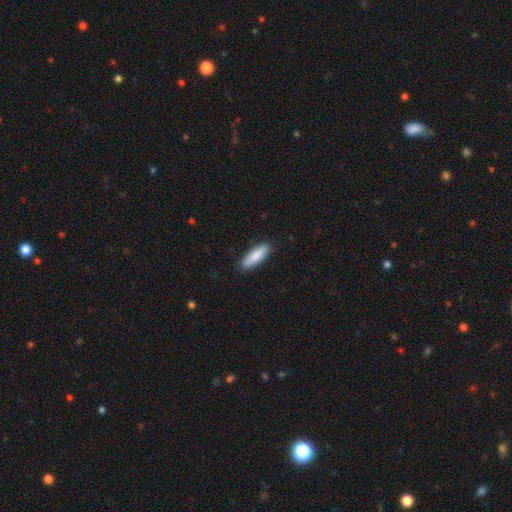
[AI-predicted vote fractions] smooth-or-featured: smooth: 85% | featured or disk: 10% | star or artifact: 5%
  how-rounded: cigar-shaped: 54% | in between: 44% | round: 2%
  merging: none: 89% | minor disturbance: 9% | major disturbance: 2% | merger: 1%